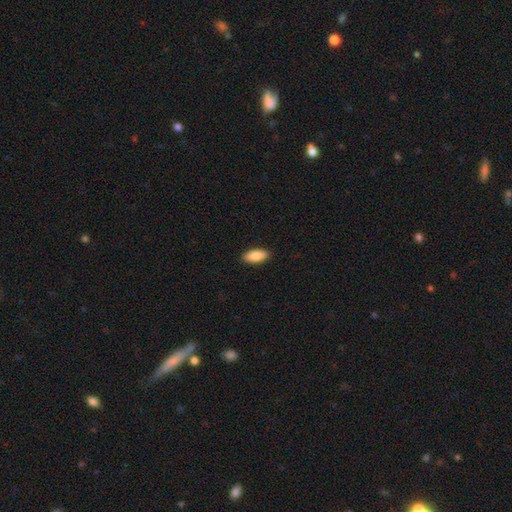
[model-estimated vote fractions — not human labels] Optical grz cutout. It shows a smooth galaxy with no disk features (88%) that is in between round and cigar-shaped (88%). Merging: none (90%).